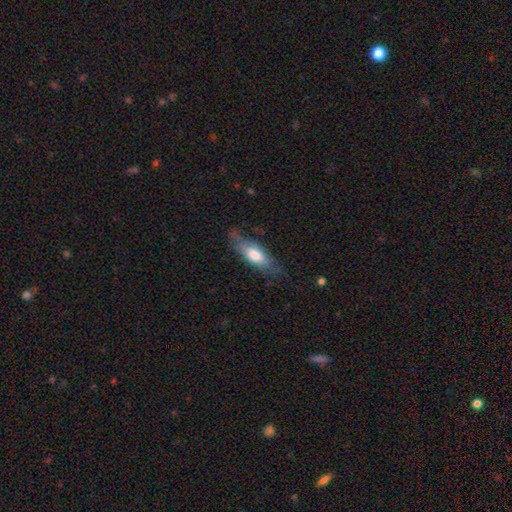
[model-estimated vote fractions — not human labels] Smooth or featured?
  - smooth: 63% *
  - featured or disk: 31%
  - star or artifact: 6%
How rounded?
  - in between: 63% *
  - cigar-shaped: 35%
  - round: 2%
Merging?
  - none: 66% *
  - minor disturbance: 24%
  - major disturbance: 9%
  - merger: 2%